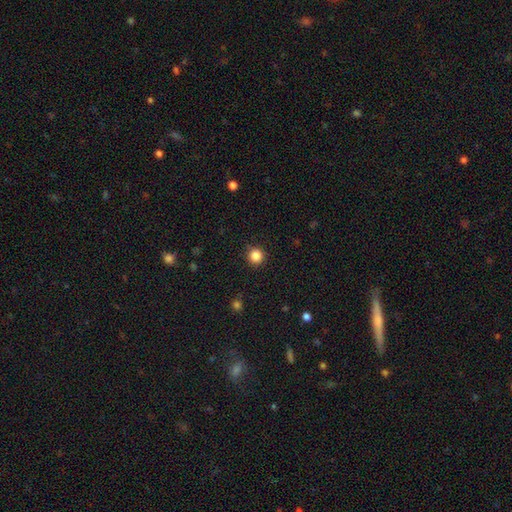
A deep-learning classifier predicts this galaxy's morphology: smooth-or-featured: smooth: 85% | star or artifact: 12% | featured or disk: 4%
  how-rounded: round: 95% | in between: 4% | cigar-shaped: 1%
  merging: none: 91% | minor disturbance: 6% | major disturbance: 2% | merger: 1%